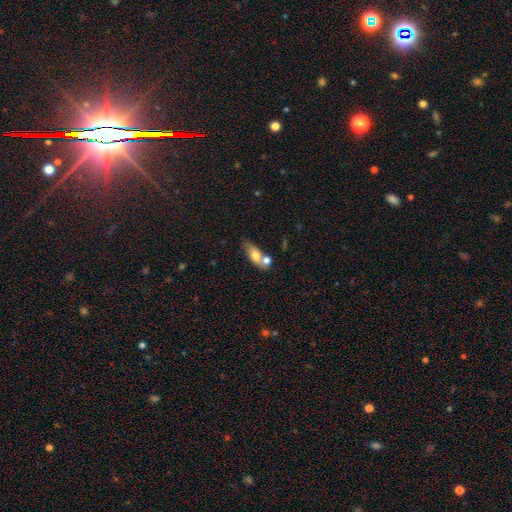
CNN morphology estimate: A smooth galaxy with no disk features (68%) that is in between round and cigar-shaped (75%). Merging: none (41%).